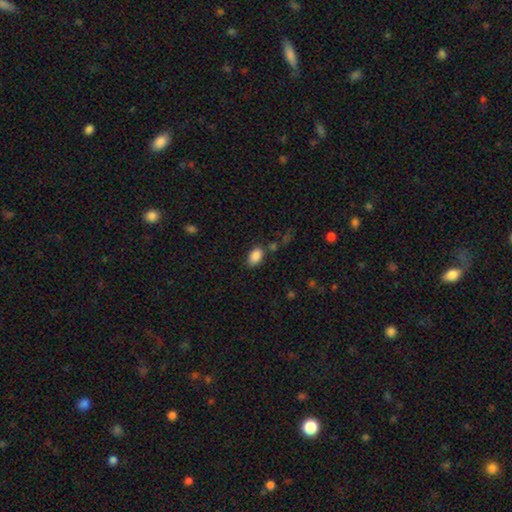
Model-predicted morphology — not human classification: smooth_or_featured: smooth (p=0.88) [alt: star or artifact p=0.08]
how_rounded: in between (p=0.90) [alt: round p=0.08]
merging: none (p=0.75) [alt: minor disturbance p=0.15]